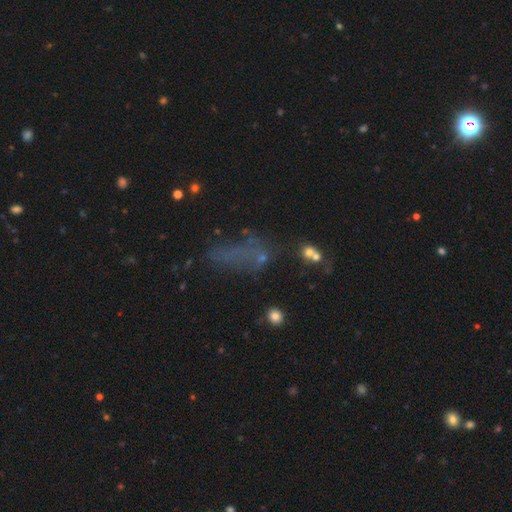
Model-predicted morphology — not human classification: Smooth or featured?
  - smooth: 41% *
  - star or artifact: 35%
  - featured or disk: 24%
Merging?
  - none: 43% *
  - major disturbance: 28%
  - minor disturbance: 19%
  - merger: 11%